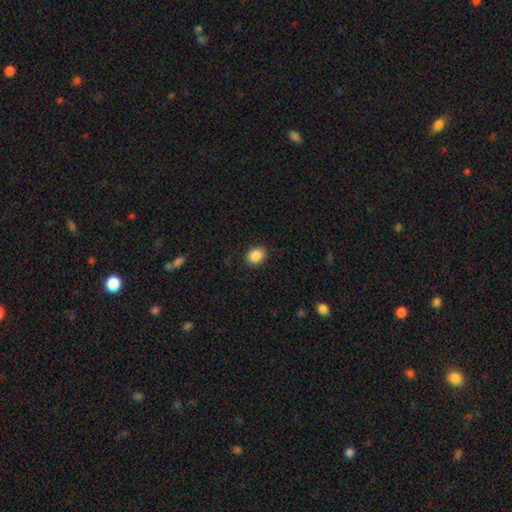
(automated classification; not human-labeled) Smooth or featured: smooth — 88% (star or artifact — 9%)
How rounded: in between — 54% (round — 45%)
Merging: none — 88% (minor disturbance — 9%)